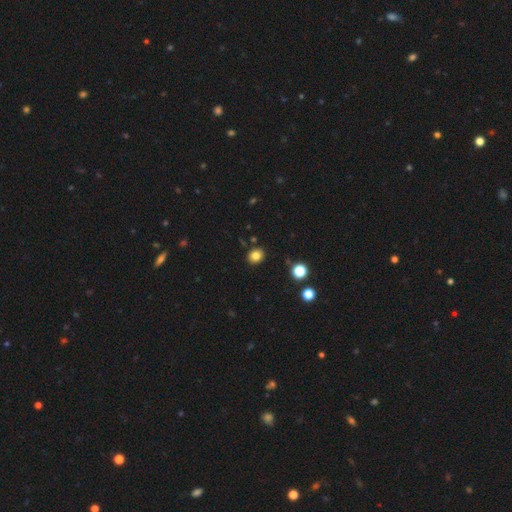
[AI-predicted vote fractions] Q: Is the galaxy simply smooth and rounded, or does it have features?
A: smooth — 82%.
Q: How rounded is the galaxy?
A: round — 65%.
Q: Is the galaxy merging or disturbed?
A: none — 88%.